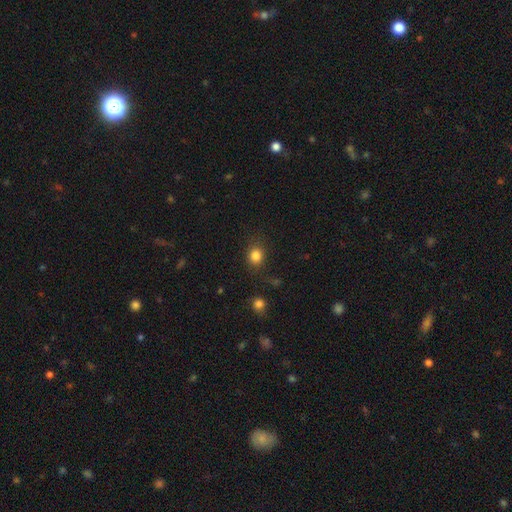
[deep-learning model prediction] Smooth or featured: smooth — 83% (star or artifact — 12%)
How rounded: round — 75% (in between — 24%)
Merging: none — 79% (minor disturbance — 13%)